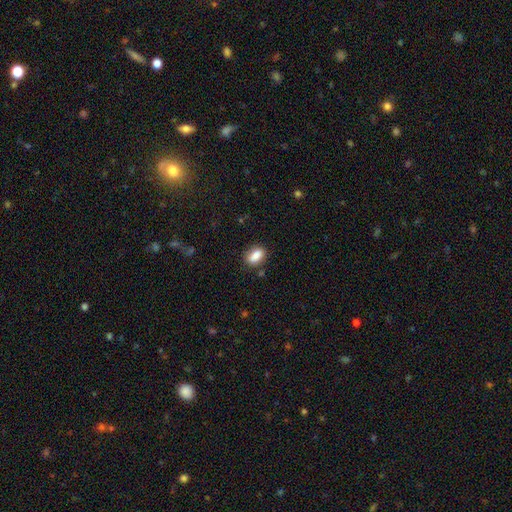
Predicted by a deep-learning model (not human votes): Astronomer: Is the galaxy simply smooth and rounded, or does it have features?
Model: smooth — 86%.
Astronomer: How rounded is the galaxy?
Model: in between — 85%.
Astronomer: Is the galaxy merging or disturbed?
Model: none — 81%.